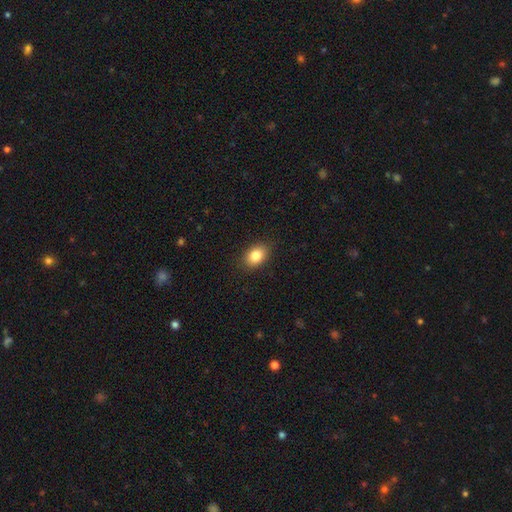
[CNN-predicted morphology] A smooth galaxy with no disk features (85%) that is in between round and cigar-shaped (78%). Merging: none (87%).